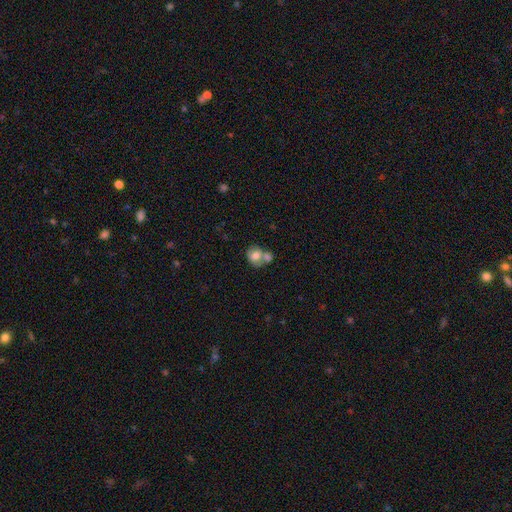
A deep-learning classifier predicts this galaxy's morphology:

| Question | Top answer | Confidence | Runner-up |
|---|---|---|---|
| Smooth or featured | smooth | 68% | featured or disk (23%) |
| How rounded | round | 63% | in between (36%) |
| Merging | merger | 52% | none (33%) |